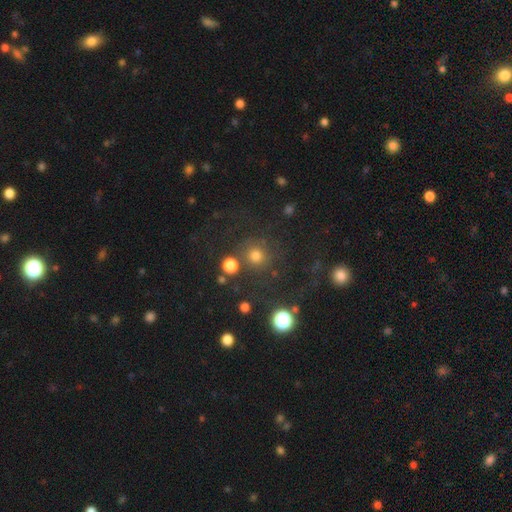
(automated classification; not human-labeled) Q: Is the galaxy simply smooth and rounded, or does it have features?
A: smooth — 72%.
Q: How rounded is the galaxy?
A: round — 92%.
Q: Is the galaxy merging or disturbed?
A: none — 76%.